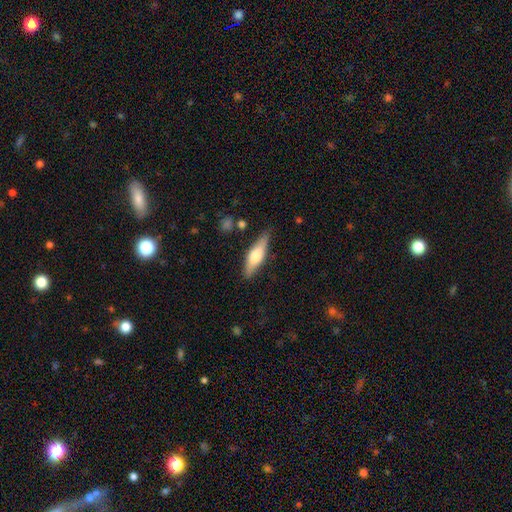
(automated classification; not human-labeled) Morphology: type=smooth (53%); roundness=cigar-shaped (57%); merging=none (82%).